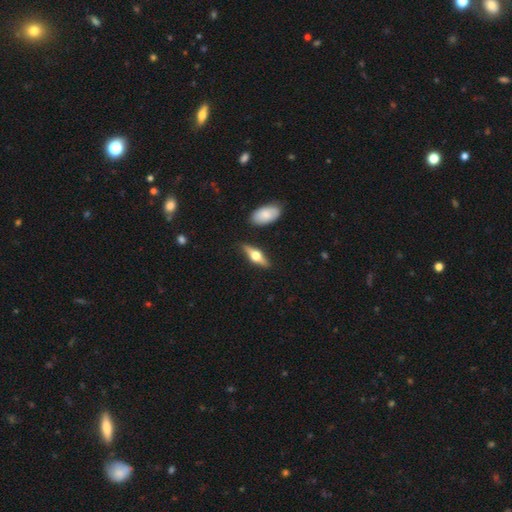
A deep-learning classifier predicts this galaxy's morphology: featured or disk 63%, smooth 31%, star or artifact 6%. Down the decision tree: edge-on disk — yes (94%); edge-on bulge — rounded (96%); merging — none (86%).